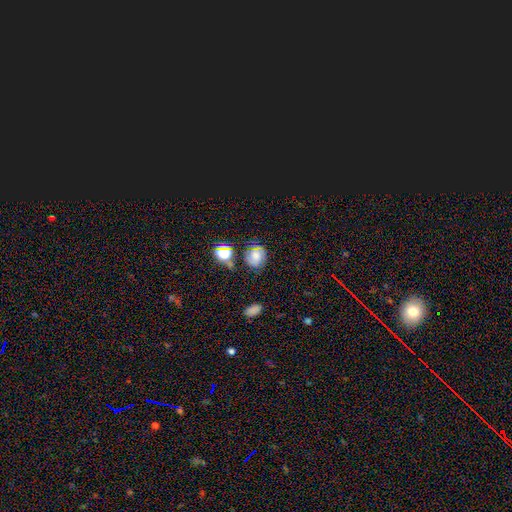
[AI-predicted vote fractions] Smooth or featured? Predicted: smooth (p=0.47). Merging? Predicted: none (p=0.69).